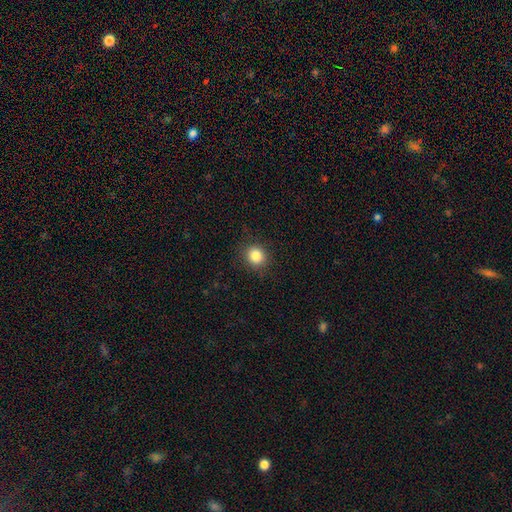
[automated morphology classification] This is clearly a smooth galaxy (84%). How rounded: clearly round (86%). Merging: clearly none (89%).